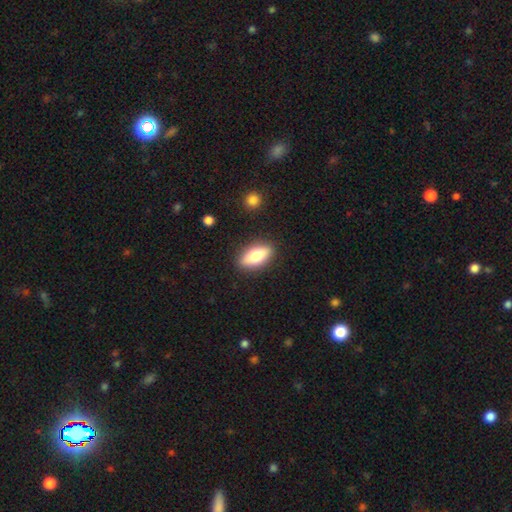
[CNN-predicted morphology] Overall: smooth (69%). How rounded: in between (76%). Merging: none (88%).